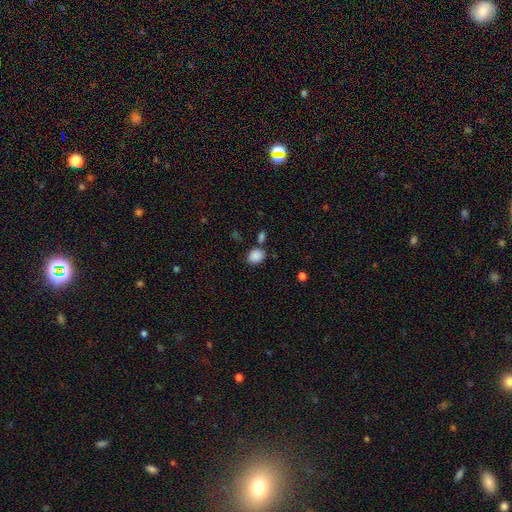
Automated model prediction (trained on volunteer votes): Smooth or featured? Predicted: smooth (p=0.87). How rounded? Predicted: in between (p=0.50). Merging? Predicted: none (p=0.71).